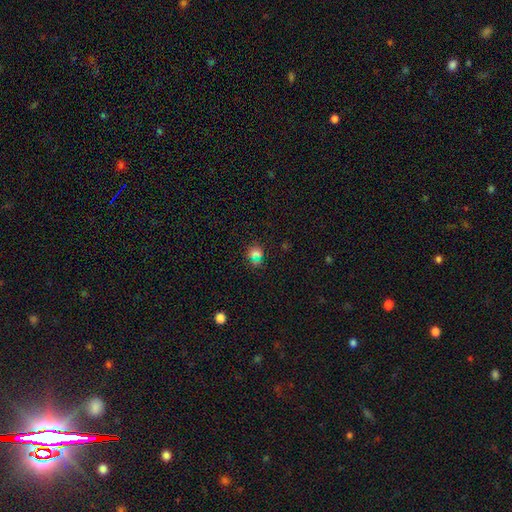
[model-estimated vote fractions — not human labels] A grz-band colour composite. It shows a smooth galaxy with no disk features (71%) that is round (89%). Merging: none (82%).